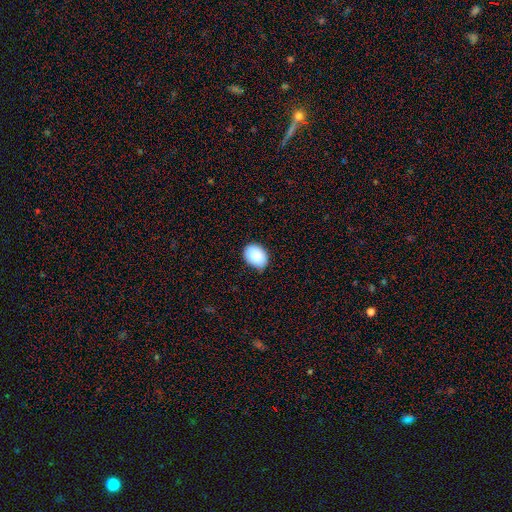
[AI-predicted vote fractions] This is clearly a smooth galaxy (88%). How rounded: likely in between (75%). Merging: likely none (74%).